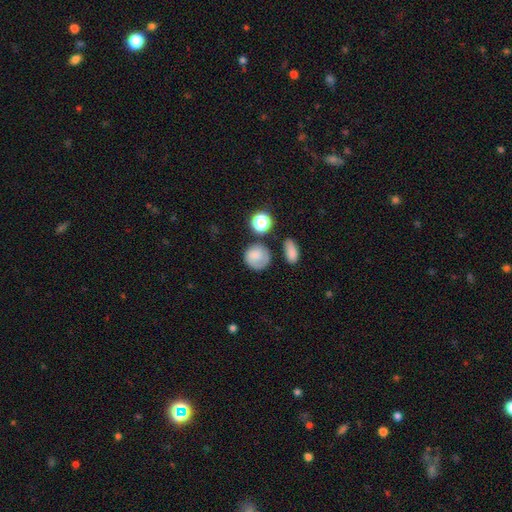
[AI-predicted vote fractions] Smooth or featured? smooth (77%)
How rounded? round (85%)
Merging? none (64%)